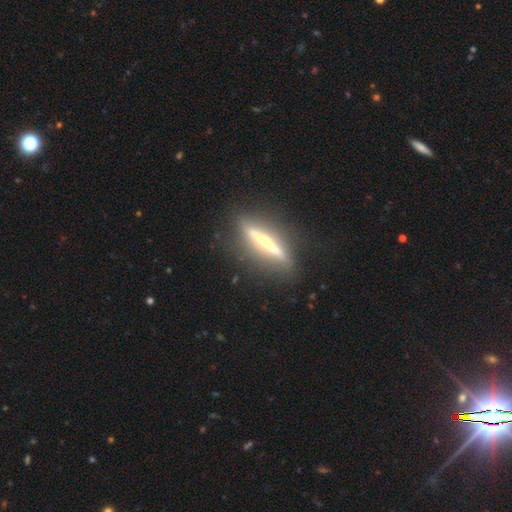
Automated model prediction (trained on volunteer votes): Smooth or featured? Predicted: featured or disk (p=0.73). Edge-on disk? Predicted: yes (p=0.91). Edge-on bulge? Predicted: none (p=0.45). Merging? Predicted: none (p=0.83).